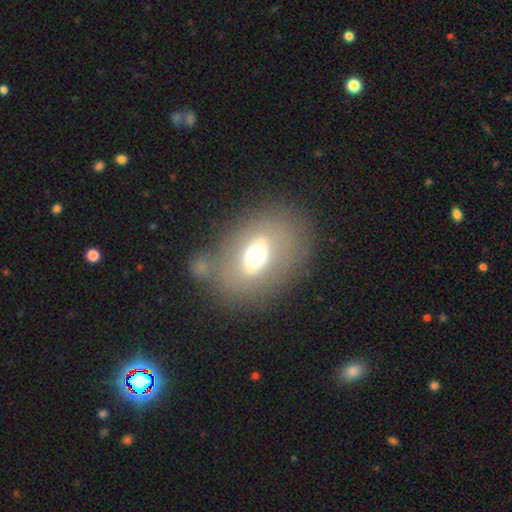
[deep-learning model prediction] A smooth galaxy with no disk features (52%) that is in between round and cigar-shaped (74%).

Vote fractions:
- Smooth or featured? smooth: 52% / featured or disk: 35% / star or artifact: 12%
- How rounded? in between: 74% / round: 24% / cigar-shaped: 2%
- Merging? none: 64% / merger: 14% / minor disturbance: 13% / major disturbance: 10%